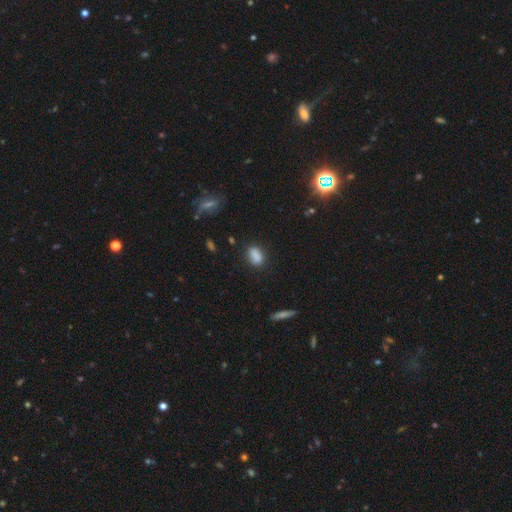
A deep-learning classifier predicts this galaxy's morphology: Smooth or featured?
  - smooth: 83% *
  - star or artifact: 10%
  - featured or disk: 7%
How rounded?
  - in between: 81% *
  - round: 13%
  - cigar-shaped: 6%
Merging?
  - none: 73% *
  - minor disturbance: 18%
  - merger: 5%
  - major disturbance: 5%